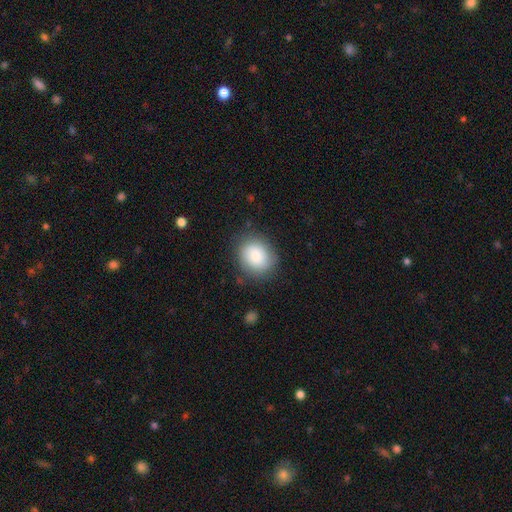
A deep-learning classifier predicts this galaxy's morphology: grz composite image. It shows a smooth galaxy with no disk features (82%) that is round (70%). Merging: none (81%).